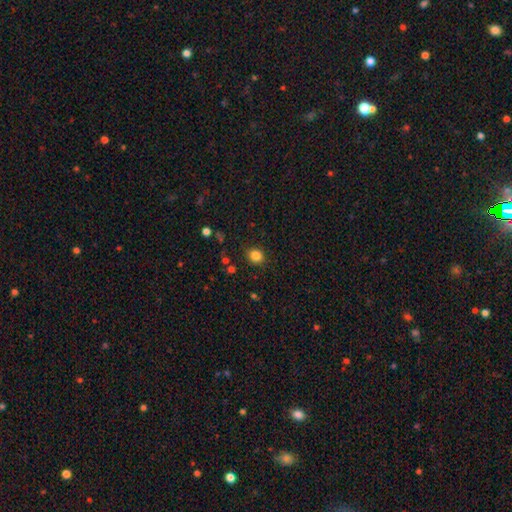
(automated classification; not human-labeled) smooth 84%, star or artifact 12%, featured or disk 5%. Down the decision tree: how rounded — round (76%); merging — none (88%).